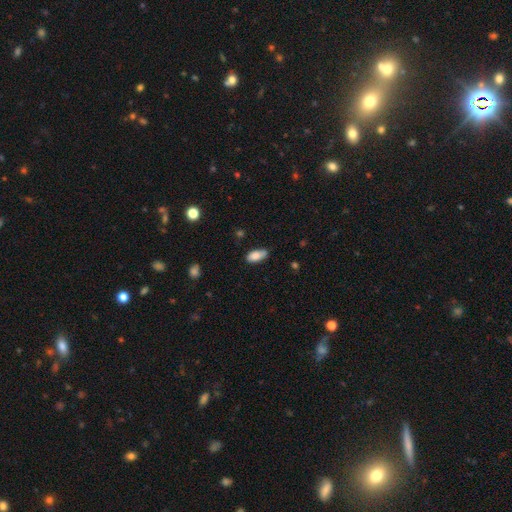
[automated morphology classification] Smooth or featured?
  - smooth: 85% *
  - featured or disk: 8%
  - star or artifact: 7%
How rounded?
  - in between: 90% *
  - cigar-shaped: 8%
  - round: 3%
Merging?
  - none: 64% *
  - minor disturbance: 28%
  - major disturbance: 5%
  - merger: 3%